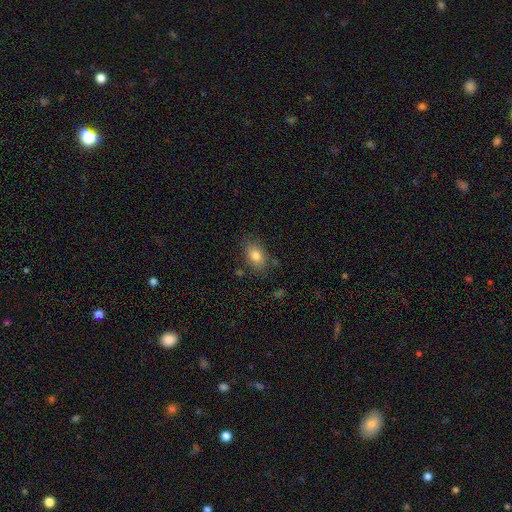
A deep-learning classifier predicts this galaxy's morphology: type=smooth (80%); roundness=in between (82%); merging=none (80%).